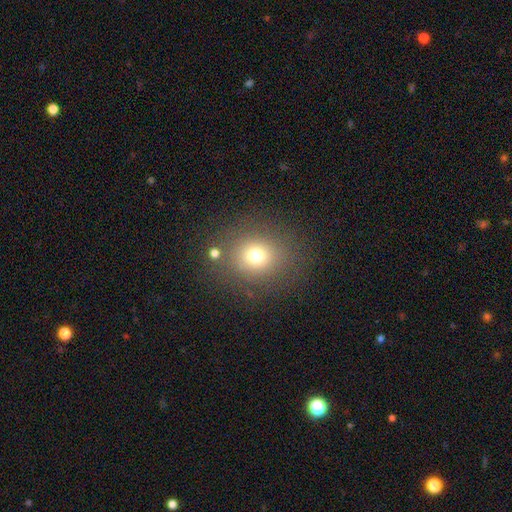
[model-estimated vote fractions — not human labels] This is likely a smooth galaxy (71%). How rounded: clearly round (82%). Merging: clearly none (81%).